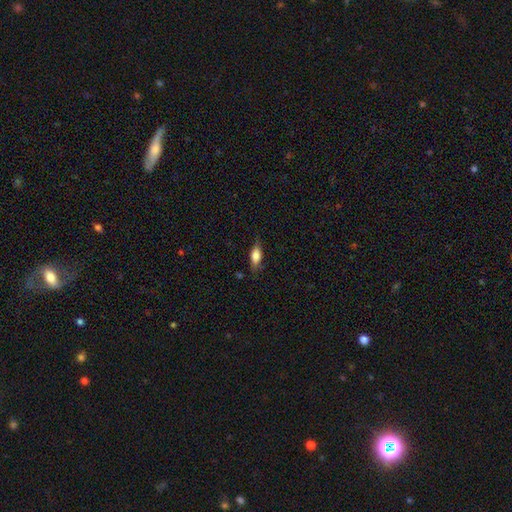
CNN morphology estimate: This is likely a smooth galaxy (71%). How rounded: likely in between (72%). Merging: likely none (76%).